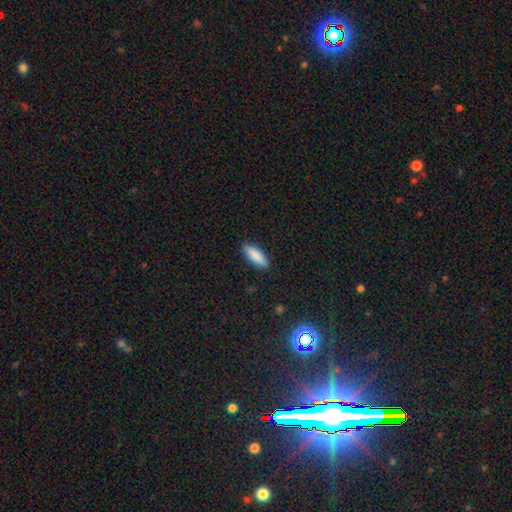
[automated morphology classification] Overall: smooth (87%). How rounded: in between (57%; cigar-shaped 41%). Merging: none (88%).